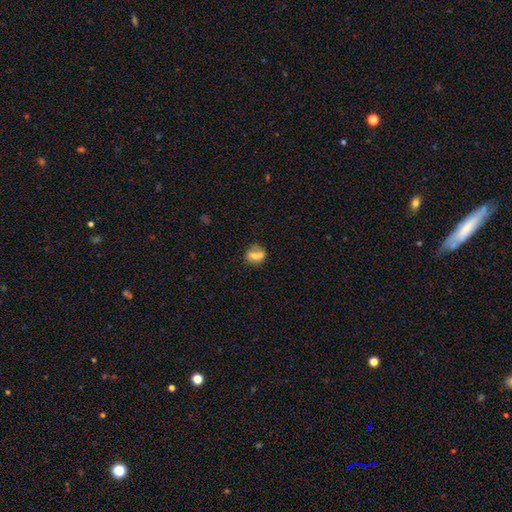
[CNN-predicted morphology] Smooth or featured: smooth — 66% (featured or disk — 24%)
How rounded: round — 69% (in between — 30%)
Merging: none — 45% (merger — 35%)